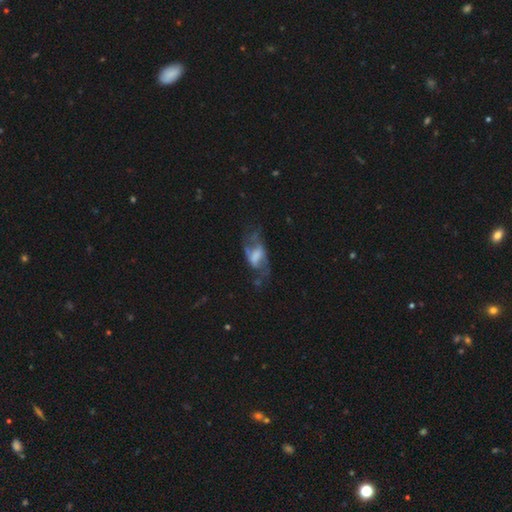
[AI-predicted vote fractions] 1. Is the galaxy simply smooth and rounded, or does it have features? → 59% featured or disk, 33% smooth, 9% star or artifact.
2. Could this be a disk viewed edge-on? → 92% no, 8% yes.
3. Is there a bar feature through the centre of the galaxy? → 37% weak, 36% no, 27% strong.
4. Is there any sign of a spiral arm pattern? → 55% yes, 45% no.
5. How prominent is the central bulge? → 31% none, 27% large, 22% moderate, 16% small, 4% dominant.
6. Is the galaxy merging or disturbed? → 39% none, 34% major disturbance, 22% minor disturbance, 4% merger.